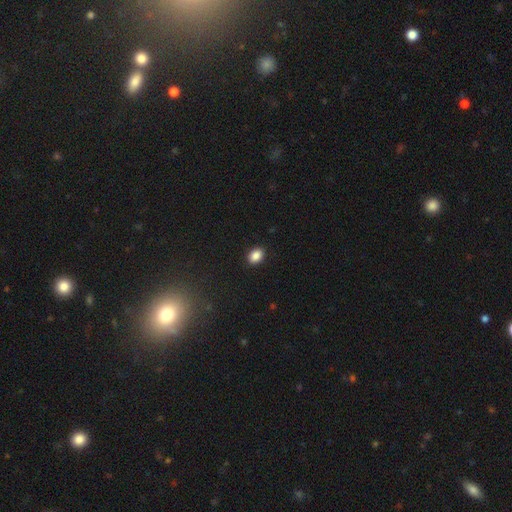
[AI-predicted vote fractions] smooth-or-featured: smooth: 88% | star or artifact: 9% | featured or disk: 3%
  how-rounded: in between: 71% | round: 28% | cigar-shaped: 1%
  merging: none: 90% | minor disturbance: 7% | major disturbance: 2% | merger: 1%